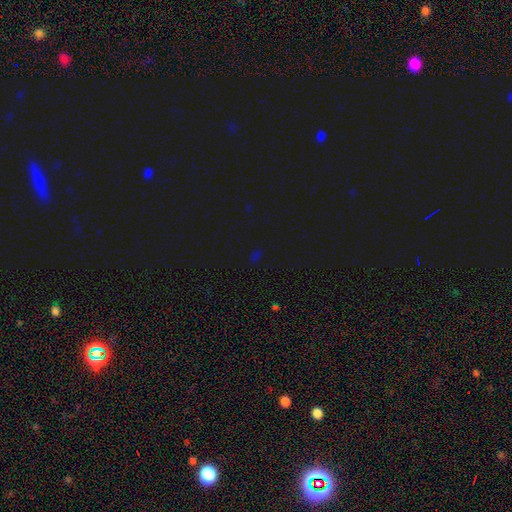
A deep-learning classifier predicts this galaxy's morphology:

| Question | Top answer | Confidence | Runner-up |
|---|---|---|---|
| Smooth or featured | star or artifact | 65% | smooth (27%) |